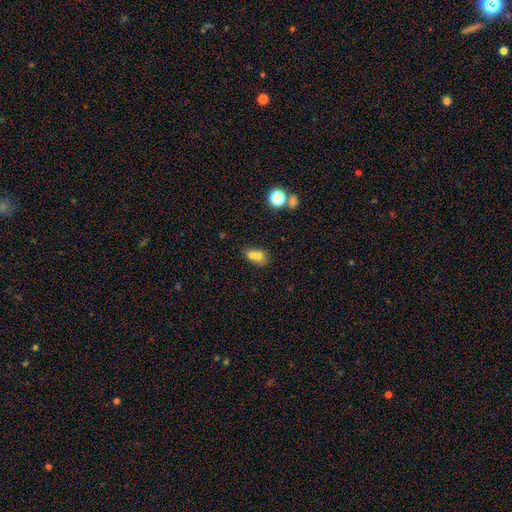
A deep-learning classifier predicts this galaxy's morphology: A smooth galaxy with no disk features (66%) that is in between round and cigar-shaped (51%).

Vote fractions:
- Smooth or featured? smooth: 66% / featured or disk: 21% / star or artifact: 13%
- How rounded? in between: 51% / round: 47% / cigar-shaped: 2%
- Merging? merger: 64% / none: 25% / minor disturbance: 7% / major disturbance: 4%